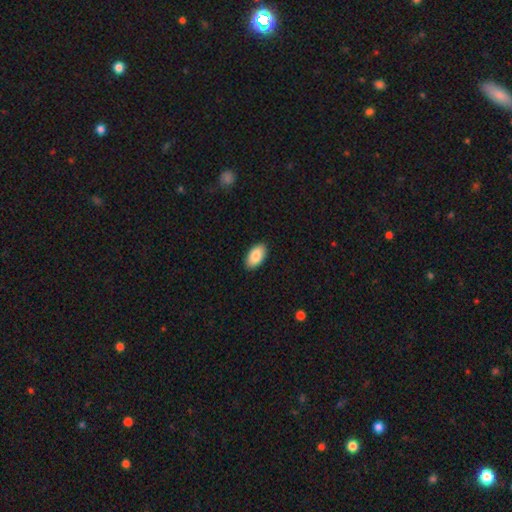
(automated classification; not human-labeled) A smooth galaxy with no disk features (87%) that is in between round and cigar-shaped (95%). Merging: none (90%).